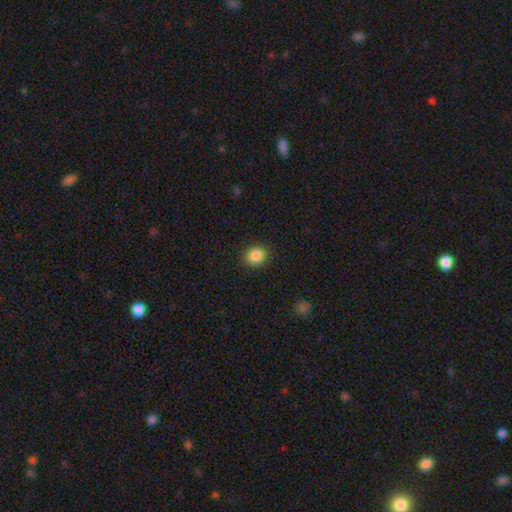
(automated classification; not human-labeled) Smooth or featured? smooth (87%)
How rounded? round (77%)
Merging? none (89%)